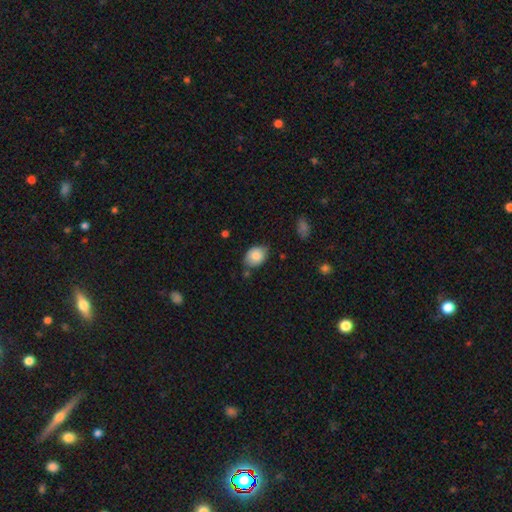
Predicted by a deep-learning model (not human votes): This is clearly a smooth galaxy (83%). How rounded: likely in between (75%). Merging: likely none (74%).